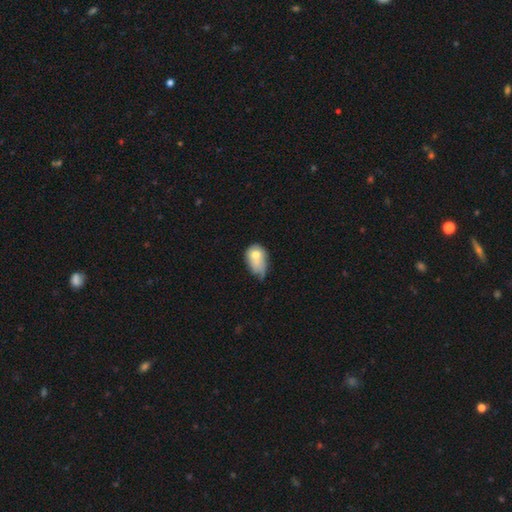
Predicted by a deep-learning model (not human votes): smooth_or_featured: smooth (p=0.71) [alt: featured or disk p=0.20]
how_rounded: in between (p=0.73) [alt: round p=0.25]
merging: minor disturbance (p=0.43) [alt: major disturbance p=0.30]